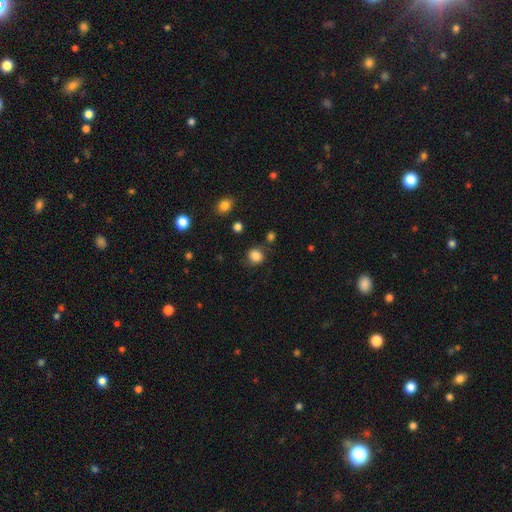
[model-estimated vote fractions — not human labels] Smooth or featured: smooth — 84% (star or artifact — 11%)
How rounded: round — 79% (in between — 20%)
Merging: none — 77% (minor disturbance — 15%)